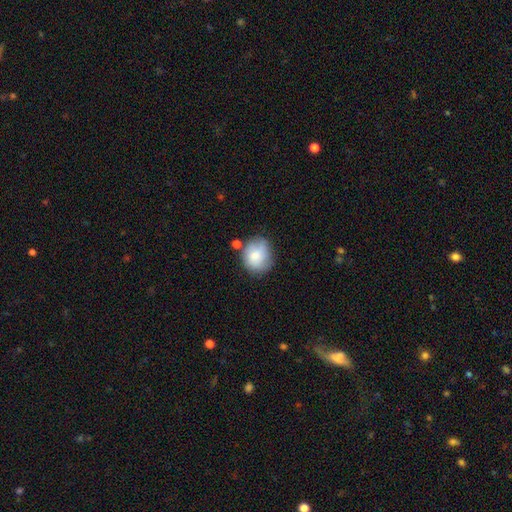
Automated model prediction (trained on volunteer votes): The model was most divided on "merging": none: 60%, minor disturbance: 23%, merger: 10%, major disturbance: 7%. More confident: smooth or featured — smooth (75%); how rounded — round (68%).